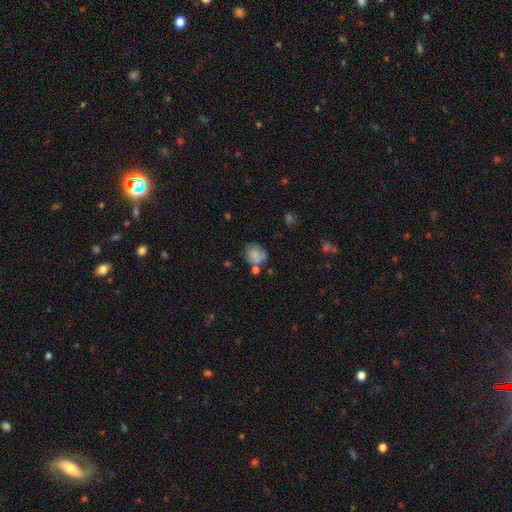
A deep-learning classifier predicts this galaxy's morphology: This appears to be a smooth galaxy with no disk features (72%) that is round (69%). Merging: none (51%).